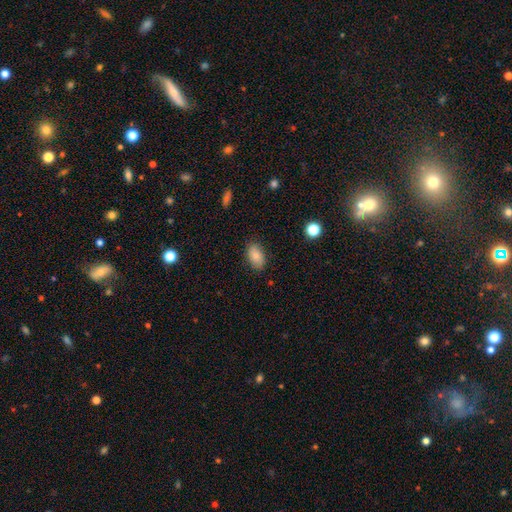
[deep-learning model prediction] This appears to be a smooth galaxy with no disk features (83%) that is in between round and cigar-shaped (91%). Merging: none (83%).